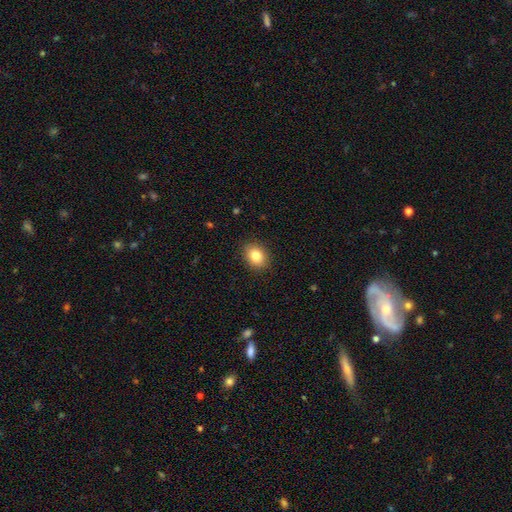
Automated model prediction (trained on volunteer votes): Smooth or featured? Predicted: smooth (p=0.83). How rounded? Predicted: in between (p=0.55). Merging? Predicted: none (p=0.90).